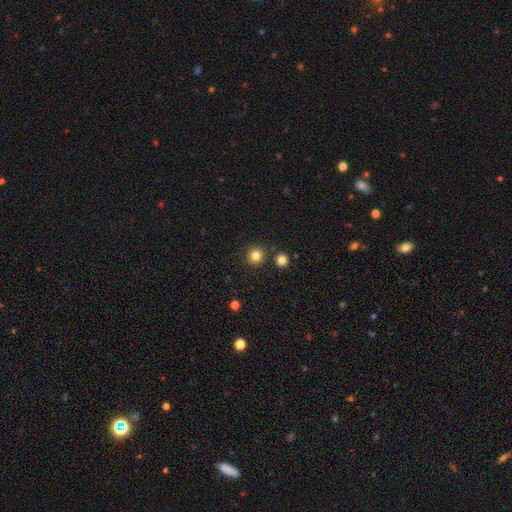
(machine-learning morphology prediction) Q: Smooth or featured?
A: smooth (82%); runner-up: star or artifact (13%)
Q: How rounded?
A: round (94%); runner-up: in between (5%)
Q: Merging?
A: none (88%); runner-up: minor disturbance (5%)